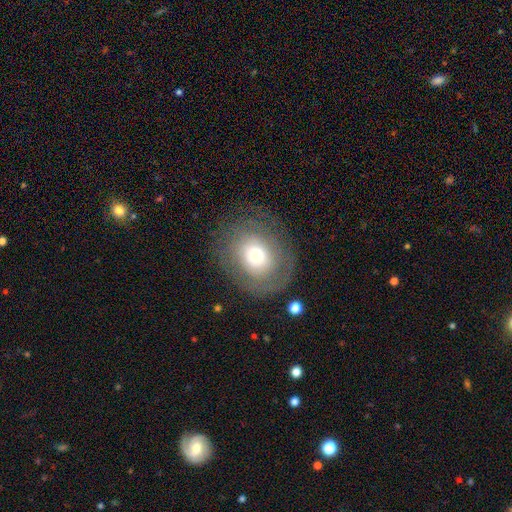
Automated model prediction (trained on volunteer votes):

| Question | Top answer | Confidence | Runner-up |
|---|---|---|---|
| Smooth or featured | smooth | 53% | featured or disk (37%) |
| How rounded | round | 65% | in between (34%) |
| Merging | none | 74% | minor disturbance (15%) |